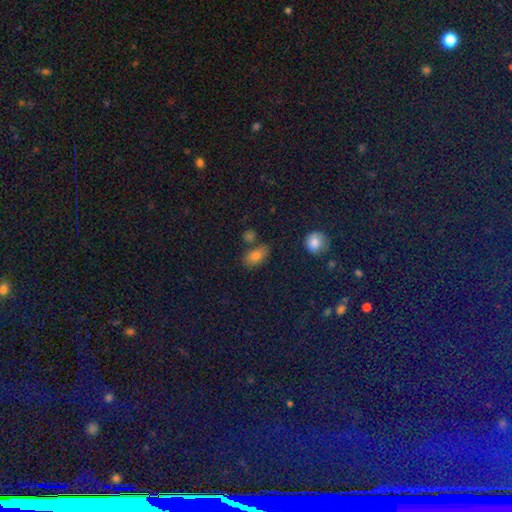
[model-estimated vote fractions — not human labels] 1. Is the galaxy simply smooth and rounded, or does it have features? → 79% smooth, 12% star or artifact, 9% featured or disk.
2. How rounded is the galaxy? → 86% in between, 10% round, 4% cigar-shaped.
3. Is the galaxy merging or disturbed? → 68% none, 15% minor disturbance, 12% merger, 4% major disturbance.